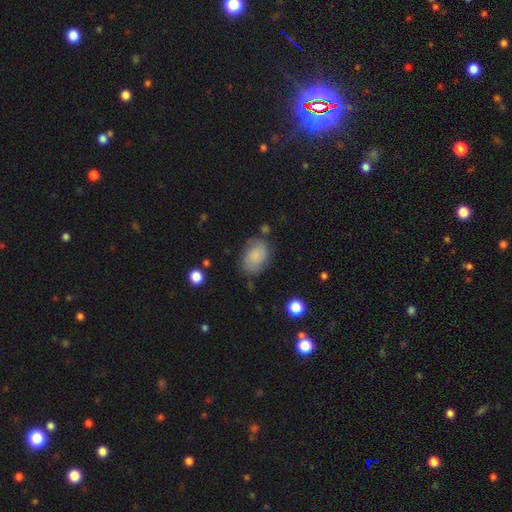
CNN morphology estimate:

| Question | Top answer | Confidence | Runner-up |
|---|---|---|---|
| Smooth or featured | smooth | 69% | featured or disk (22%) |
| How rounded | in between | 79% | round (20%) |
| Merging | none | 69% | minor disturbance (22%) |